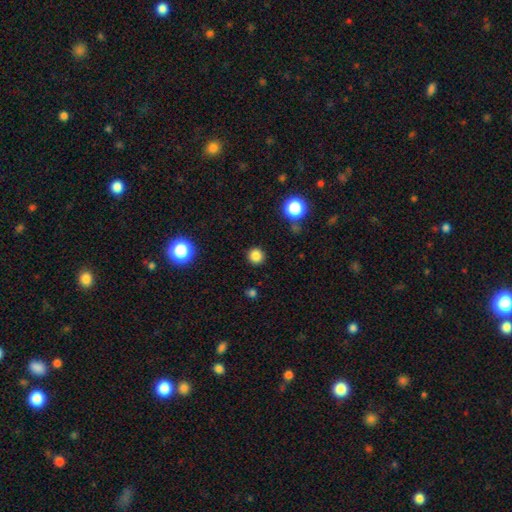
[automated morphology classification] The model was most divided on "smooth or featured": smooth: 82%, star or artifact: 14%, featured or disk: 4%. More confident: how rounded — round (93%); merging — none (91%).